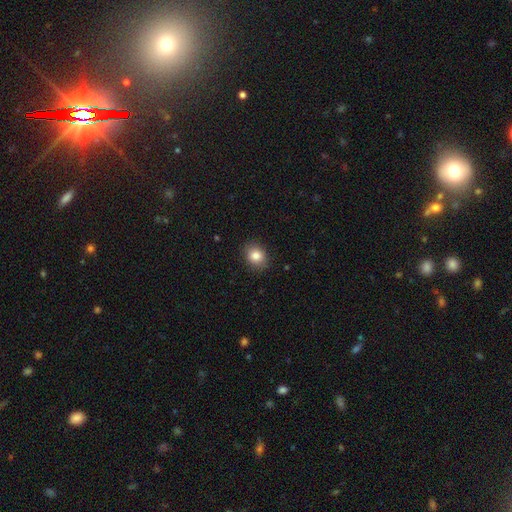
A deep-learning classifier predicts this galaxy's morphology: Smooth or featured: smooth — 84% (star or artifact — 9%)
How rounded: round — 58% (in between — 41%)
Merging: none — 87% (minor disturbance — 10%)